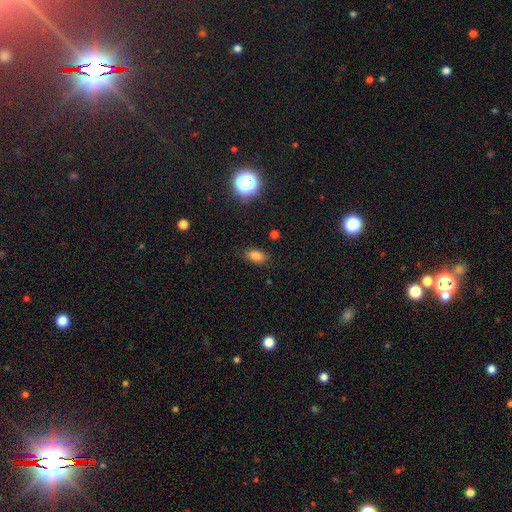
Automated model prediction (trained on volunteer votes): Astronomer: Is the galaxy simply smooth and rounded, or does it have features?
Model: smooth — 81%.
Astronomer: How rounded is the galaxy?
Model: in between — 88%.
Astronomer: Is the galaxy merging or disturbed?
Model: none — 82%.